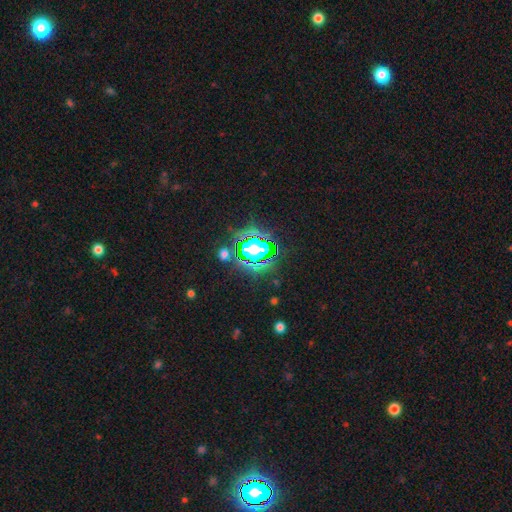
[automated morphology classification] This is likely a star or artifact rather than a galaxy (71%).